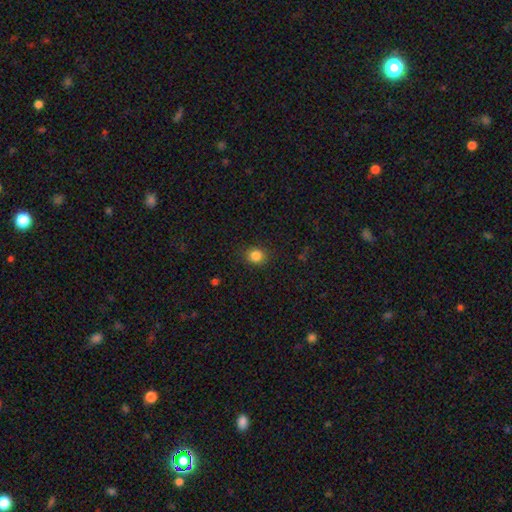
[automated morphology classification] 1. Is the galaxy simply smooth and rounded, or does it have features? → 85% smooth, 11% star or artifact, 4% featured or disk.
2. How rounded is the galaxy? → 79% round, 20% in between, 1% cigar-shaped.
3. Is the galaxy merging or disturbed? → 89% none, 8% minor disturbance, 2% major disturbance, 1% merger.